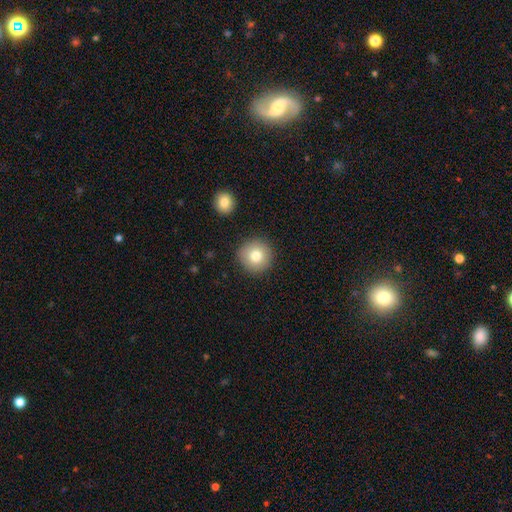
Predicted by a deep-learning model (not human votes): A smooth galaxy with no disk features (78%) that is round (95%).

Vote fractions:
- Smooth or featured? smooth: 78% / featured or disk: 12% / star or artifact: 10%
- How rounded? round: 95% / in between: 4% / cigar-shaped: 1%
- Merging? none: 89% / minor disturbance: 7% / major disturbance: 2% / merger: 2%